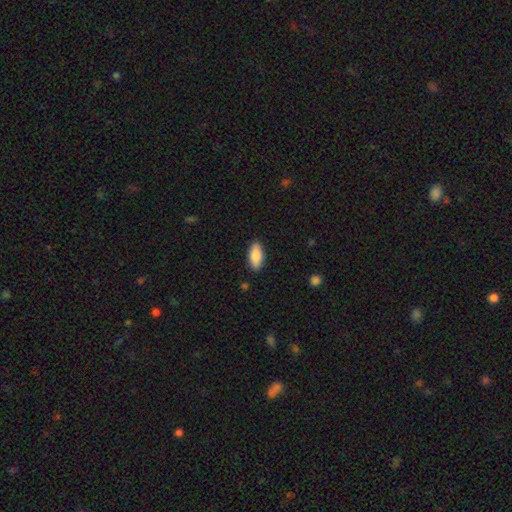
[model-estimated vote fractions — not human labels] Overall: smooth (88%). How rounded: in between (89%). Merging: none (88%).